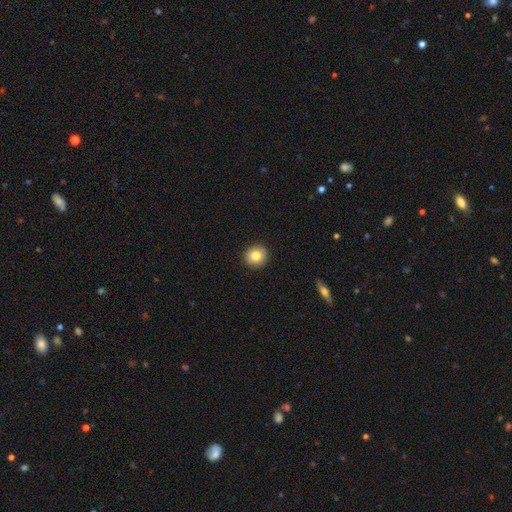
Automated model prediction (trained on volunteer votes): Smooth or featured? Predicted: smooth (p=0.83). How rounded? Predicted: round (p=0.92). Merging? Predicted: none (p=0.92).